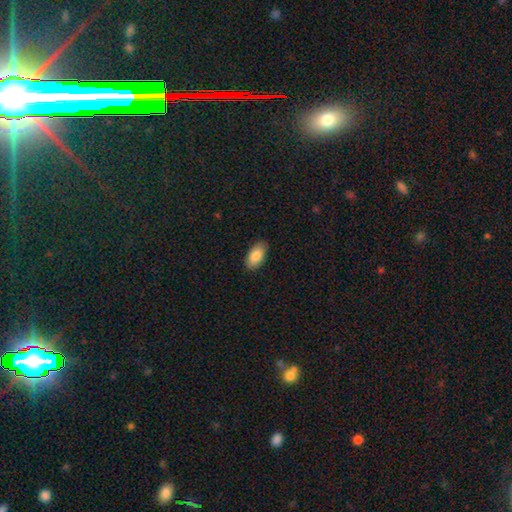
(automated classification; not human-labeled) Smooth or featured? Predicted: smooth (p=0.86). How rounded? Predicted: in between (p=0.93). Merging? Predicted: none (p=0.88).